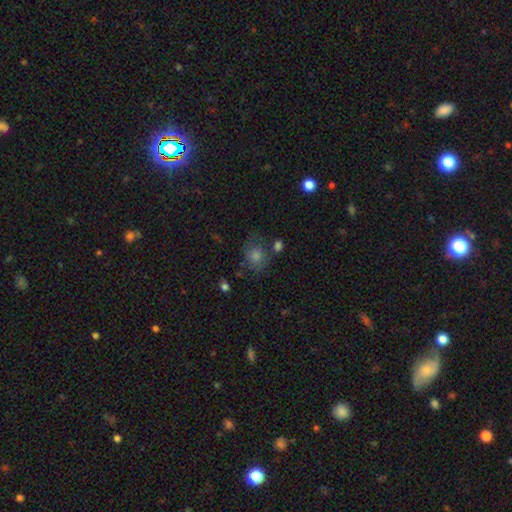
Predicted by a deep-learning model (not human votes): A smooth galaxy with no disk features (59%) that is round (72%).

Vote fractions:
- Smooth or featured? smooth: 59% / star or artifact: 24% / featured or disk: 17%
- How rounded? round: 72% / in between: 27% / cigar-shaped: 1%
- Merging? none: 67% / minor disturbance: 18% / major disturbance: 8% / merger: 7%